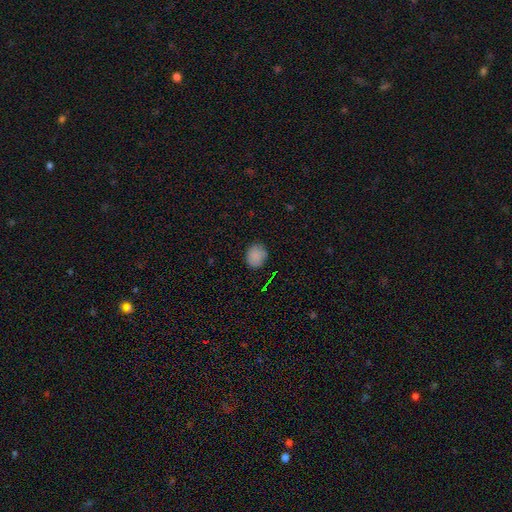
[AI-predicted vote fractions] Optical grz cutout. It shows a smooth galaxy with no disk features (86%) that is round (68%). Merging: none (84%).